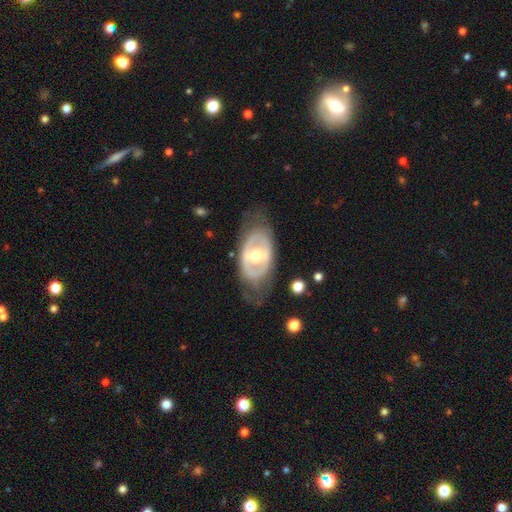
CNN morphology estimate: This is likely a featured or disk galaxy (70%). It is clearly not viewed edge-on (92%). Bar: marginally no (41%). Spiral arm pattern: likely no (73%). Central bulge: likely moderate (72%). Merging: likely none (66%).